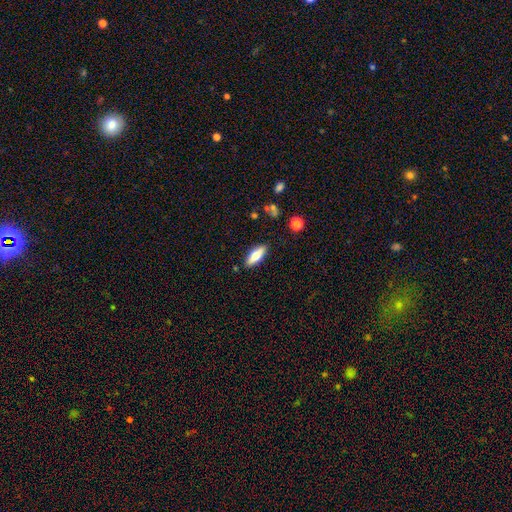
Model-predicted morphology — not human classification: The model was most divided on "how rounded": in between: 62%, cigar-shaped: 36%, round: 2%. More confident: merging — none (87%); smooth or featured — smooth (62%).